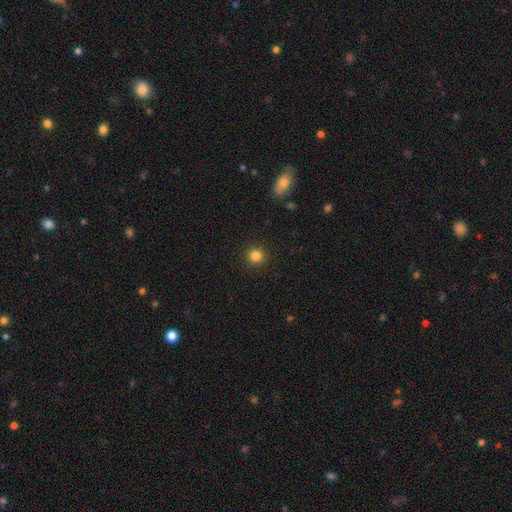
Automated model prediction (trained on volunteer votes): This appears to be a smooth galaxy with no disk features (84%) that is round (94%). Merging: none (92%).